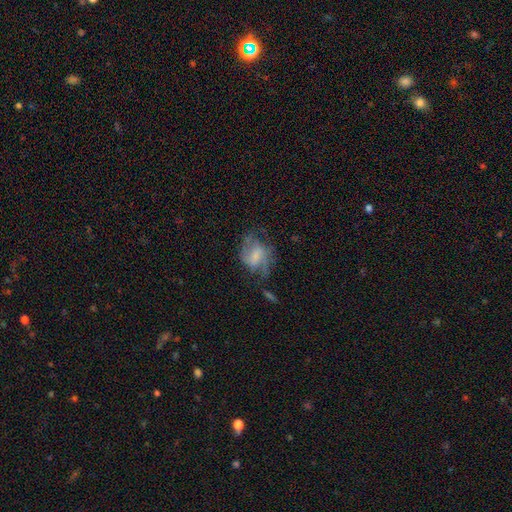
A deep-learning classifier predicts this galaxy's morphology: Smooth or featured? featured or disk (62%)
Edge-on disk? no (97%)
Bar? weak (45%)
Spiral arms? yes (81%)
Bulge size? small (31%)
Merging? none (44%)